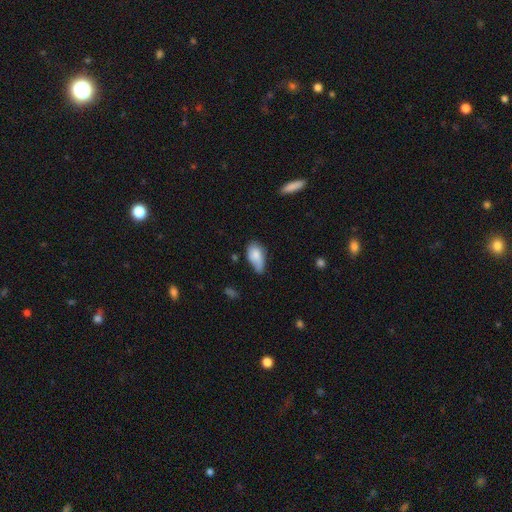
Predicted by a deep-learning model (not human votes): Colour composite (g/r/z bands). It shows a smooth galaxy with no disk features (78%) that is in between round and cigar-shaped (92%). Merging: minor disturbance (45%).